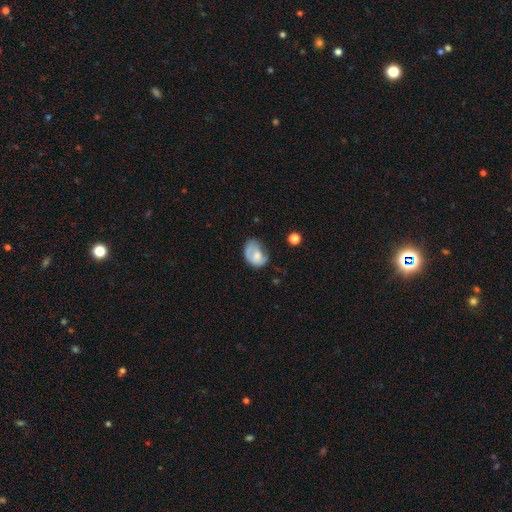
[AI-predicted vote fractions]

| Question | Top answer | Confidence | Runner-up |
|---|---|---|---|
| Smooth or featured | smooth | 60% | featured or disk (32%) |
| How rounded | in between | 76% | round (22%) |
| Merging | minor disturbance | 33% | major disturbance (32%) |